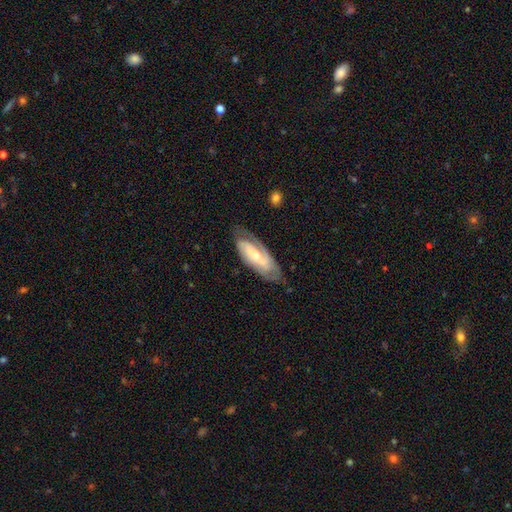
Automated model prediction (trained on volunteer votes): A featured or disk galaxy (77%) with no bar (41%), 2 (64%) tight (46%) spiral arms (92%) and a small central bulge (56%). Merging: none (71%).